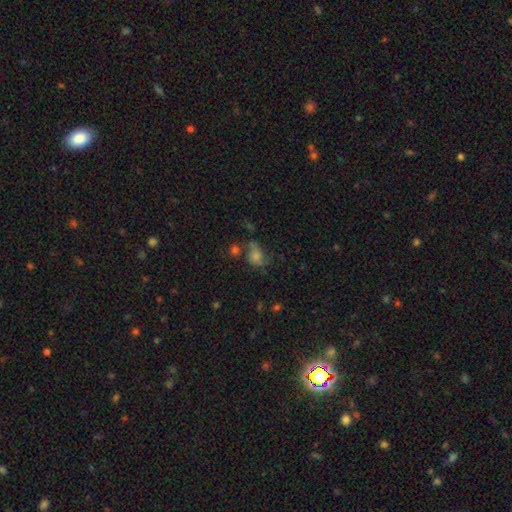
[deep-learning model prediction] This appears to be a smooth galaxy with no disk features (41%). Merging: none (45%).